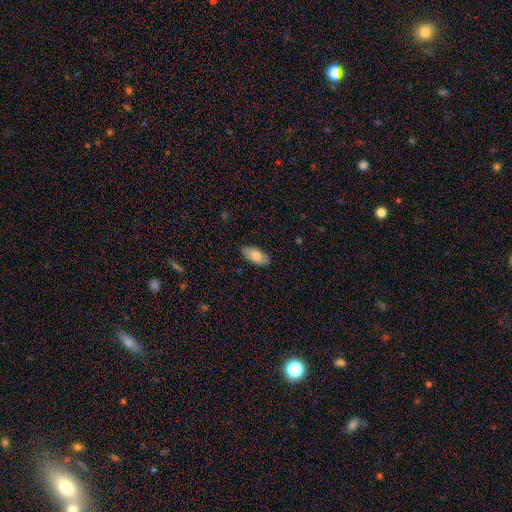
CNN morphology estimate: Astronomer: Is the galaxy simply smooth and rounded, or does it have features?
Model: smooth — 81%.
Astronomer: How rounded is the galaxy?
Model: in between — 90%.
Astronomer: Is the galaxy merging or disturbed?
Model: none — 82%.